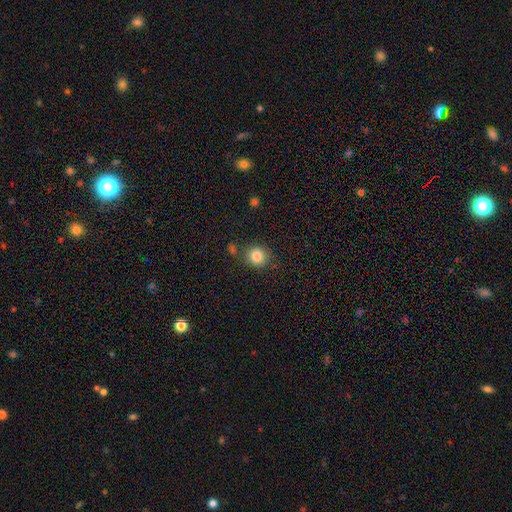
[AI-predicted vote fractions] Q: Smooth or featured?
A: smooth (84%); runner-up: star or artifact (10%)
Q: How rounded?
A: round (84%); runner-up: in between (15%)
Q: Merging?
A: none (78%); runner-up: minor disturbance (12%)